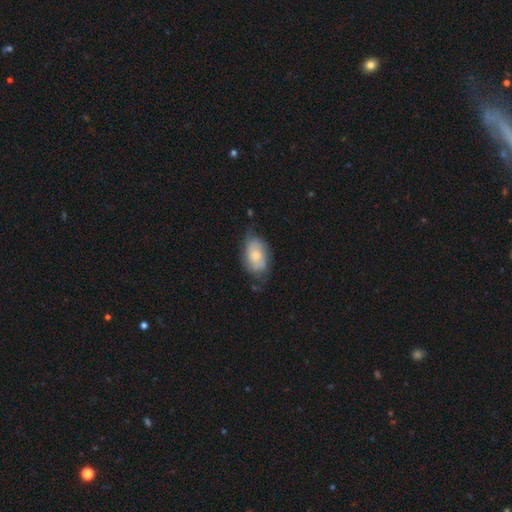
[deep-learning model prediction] This is possibly a smooth galaxy (58%). How rounded: clearly in between (90%). Merging: possibly none (56%).